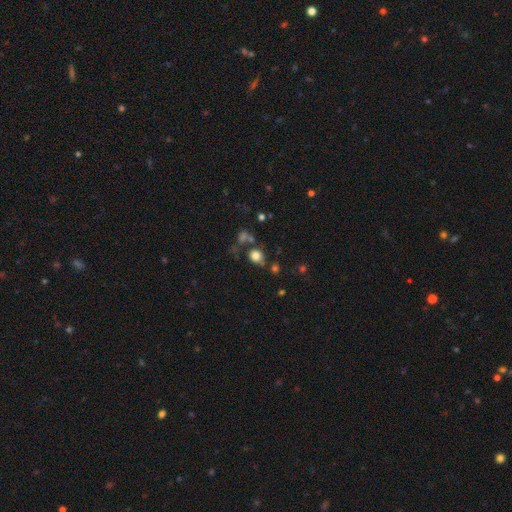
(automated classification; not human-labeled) Smooth or featured? Predicted: smooth (p=0.77). How rounded? Predicted: round (p=0.80). Merging? Predicted: none (p=0.66).